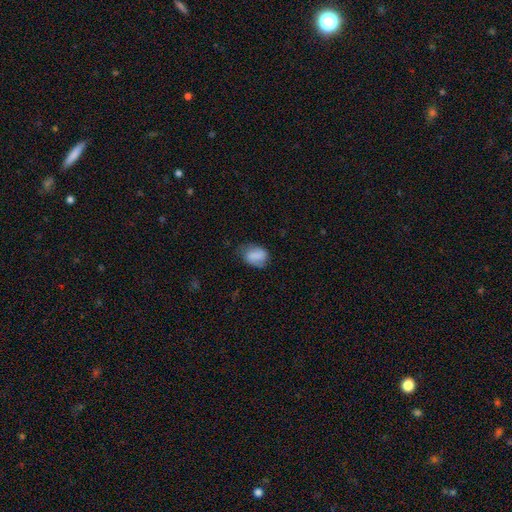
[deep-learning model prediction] The model was most divided on "merging": none: 55%, minor disturbance: 32%, major disturbance: 11%, merger: 2%. More confident: smooth or featured — smooth (74%); how rounded — in between (73%).